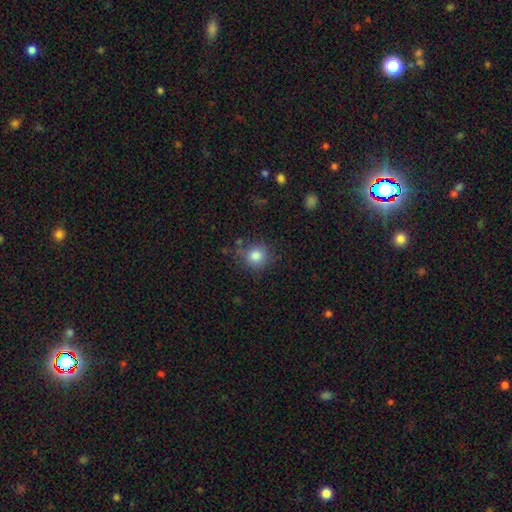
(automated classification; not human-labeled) Smooth or featured: smooth — 84% (star or artifact — 11%)
How rounded: round — 89% (in between — 10%)
Merging: none — 78% (minor disturbance — 14%)